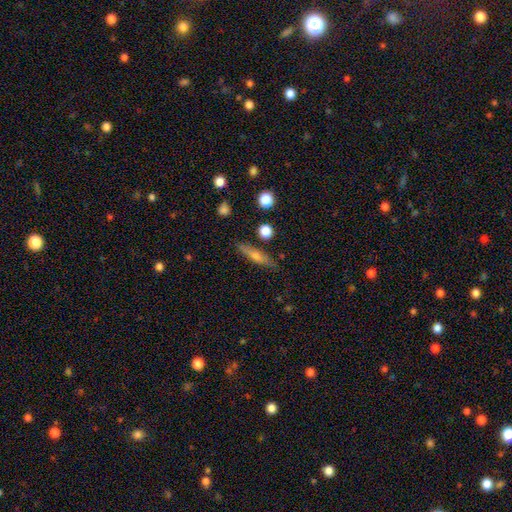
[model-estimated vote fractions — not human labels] Smooth or featured: featured or disk — 47% (smooth — 45%)
Merging: none — 84% (minor disturbance — 11%)